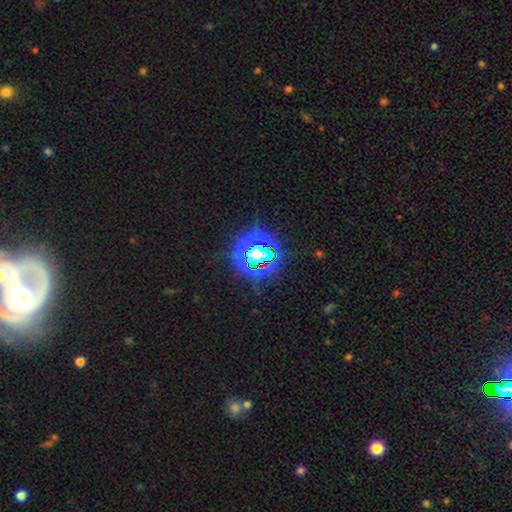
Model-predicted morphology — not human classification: smooth-or-featured: star or artifact: 74% | smooth: 15% | featured or disk: 11%